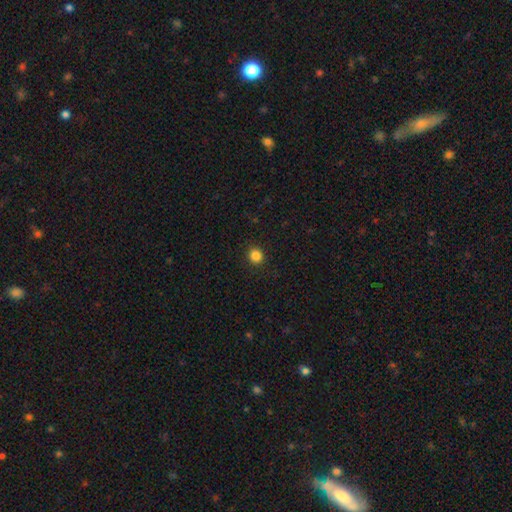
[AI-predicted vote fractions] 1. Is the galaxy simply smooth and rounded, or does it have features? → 85% smooth, 12% star or artifact, 3% featured or disk.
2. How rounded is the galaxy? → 88% round, 11% in between, 1% cigar-shaped.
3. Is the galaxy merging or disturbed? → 91% none, 6% minor disturbance, 2% major disturbance, 1% merger.